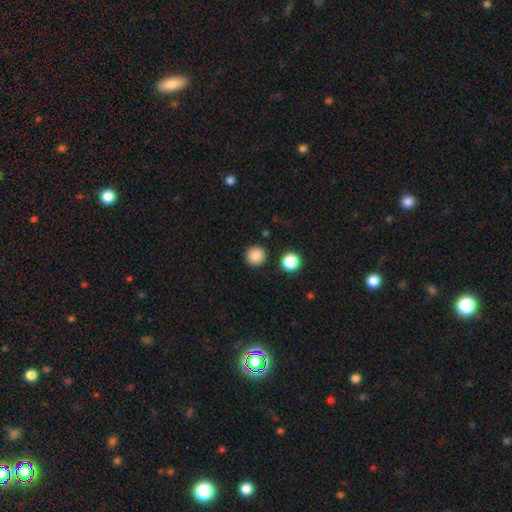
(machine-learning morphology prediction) Smooth or featured? smooth (86%)
How rounded? round (95%)
Merging? none (90%)